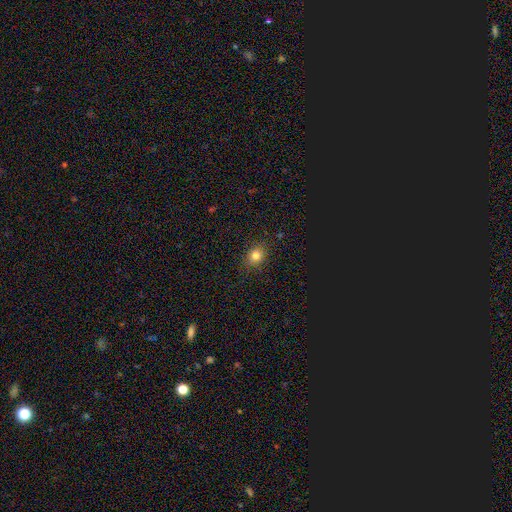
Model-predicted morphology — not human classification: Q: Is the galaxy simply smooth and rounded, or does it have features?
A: smooth — 79%.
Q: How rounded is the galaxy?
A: round — 69%.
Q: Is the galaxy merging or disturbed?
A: none — 86%.